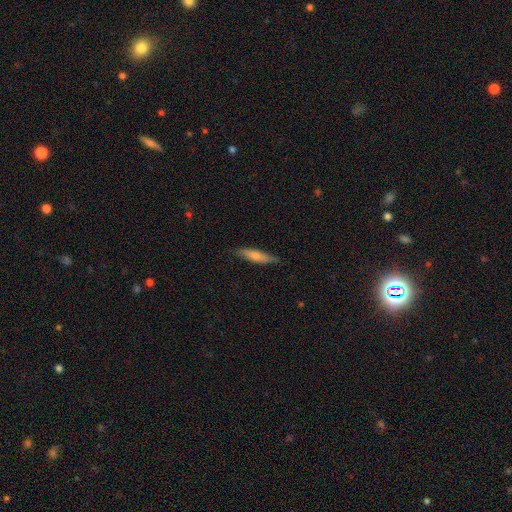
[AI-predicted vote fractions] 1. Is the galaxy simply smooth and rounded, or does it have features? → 72% smooth, 23% featured or disk, 6% star or artifact.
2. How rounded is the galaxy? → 75% cigar-shaped, 24% in between, 2% round.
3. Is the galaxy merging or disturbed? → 78% none, 18% minor disturbance, 3% major disturbance, 1% merger.